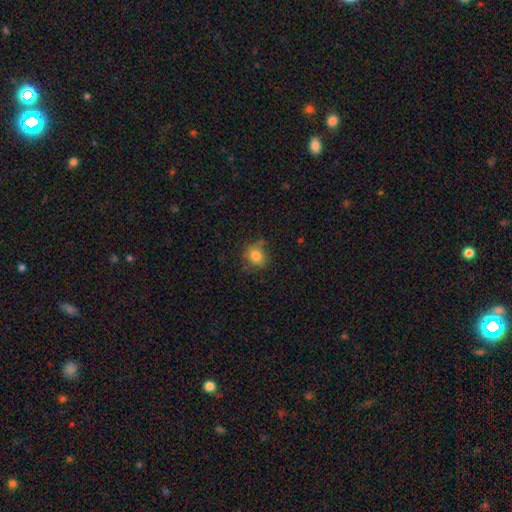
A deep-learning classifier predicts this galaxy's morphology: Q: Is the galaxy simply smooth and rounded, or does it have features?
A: smooth — 82%.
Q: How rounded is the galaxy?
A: round — 61%.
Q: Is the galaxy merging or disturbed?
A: none — 71%.